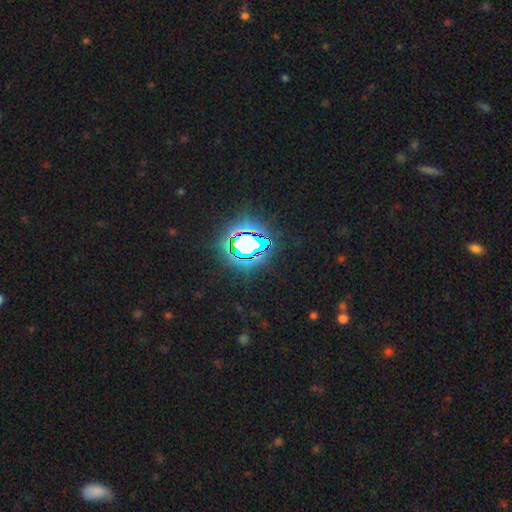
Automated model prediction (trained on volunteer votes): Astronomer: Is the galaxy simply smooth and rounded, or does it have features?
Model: star or artifact — 84%.